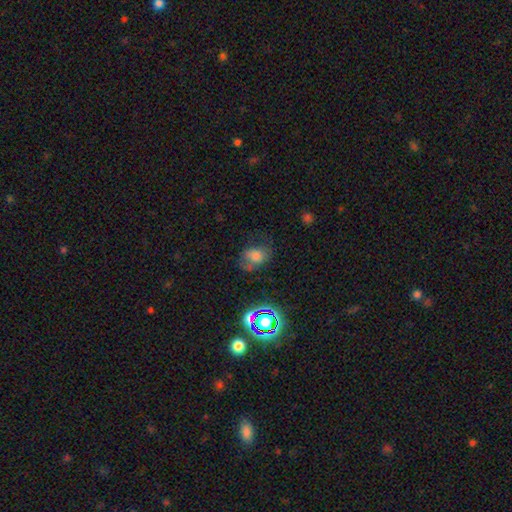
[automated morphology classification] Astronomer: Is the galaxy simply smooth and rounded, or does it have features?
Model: smooth — 64%.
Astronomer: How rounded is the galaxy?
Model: in between — 66%.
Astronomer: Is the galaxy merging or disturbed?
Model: none — 47% (runner-up: minor disturbance, 29%).